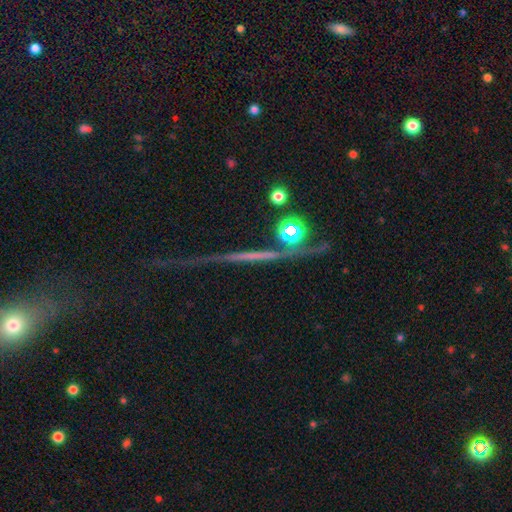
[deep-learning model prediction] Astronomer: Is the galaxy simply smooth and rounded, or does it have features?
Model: featured or disk — 48% (runner-up: star or artifact, 30%).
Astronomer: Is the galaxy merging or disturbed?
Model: none — 79%.